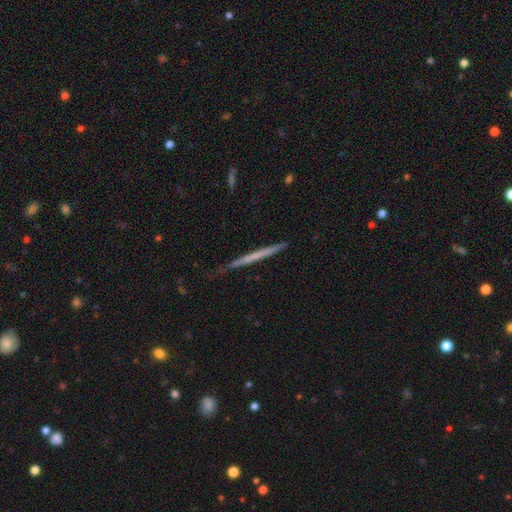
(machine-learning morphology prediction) type=featured or disk (49%); merging=none (82%).